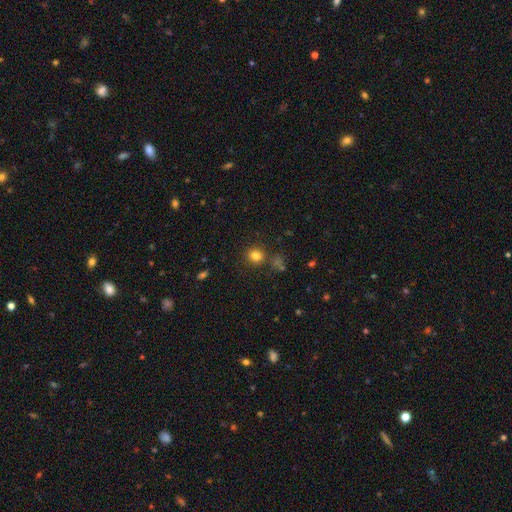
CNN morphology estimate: Overall: smooth (81%). How rounded: round (82%). Merging: none (82%).